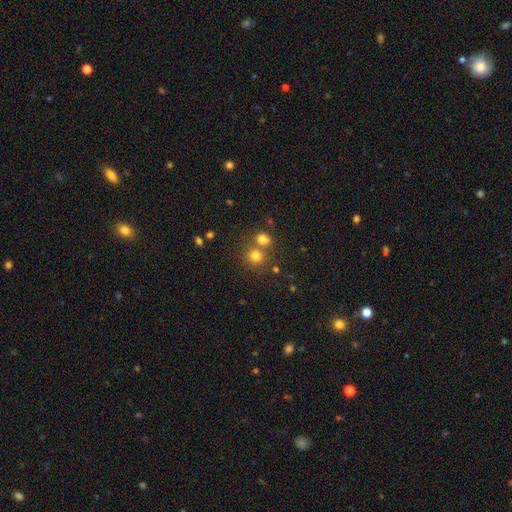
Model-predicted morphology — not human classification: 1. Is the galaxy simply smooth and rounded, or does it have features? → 76% smooth, 16% star or artifact, 8% featured or disk.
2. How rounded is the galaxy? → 84% round, 15% in between, 1% cigar-shaped.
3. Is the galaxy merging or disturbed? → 56% none, 33% merger, 7% minor disturbance, 3% major disturbance.